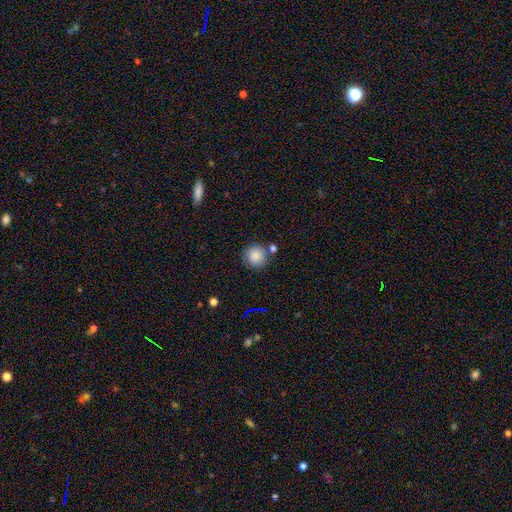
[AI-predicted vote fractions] This is clearly a smooth galaxy (86%). How rounded: clearly round (94%). Merging: likely none (78%).